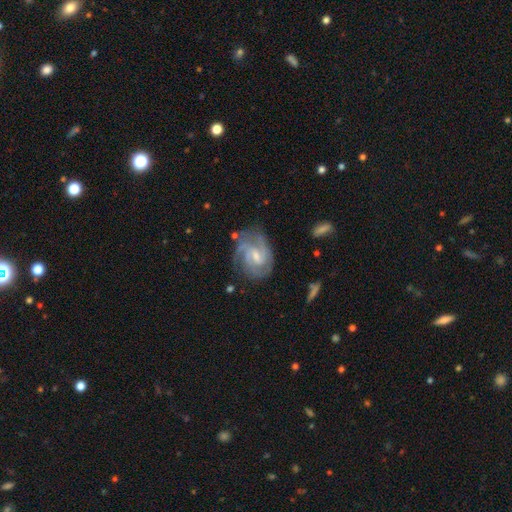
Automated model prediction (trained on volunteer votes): A featured or disk galaxy (87%) with a weak bar (54%), 2 (35%) tight (50%) spiral arms (97%) and a small central bulge (49%).

Vote fractions:
- Smooth or featured? featured or disk: 87% / smooth: 8% / star or artifact: 6%
- Edge-on disk? no: 97% / yes: 3%
- Bar? weak: 54% / no: 33% / strong: 13%
- Spiral arms? yes: 97% / no: 3%
- Spiral winding? tight: 50% / medium: 41% / loose: 8%
- Spiral arm count? 2: 35% / 3: 32% / can't tell: 17% / 4: 8% / 1: 4% / more than 4: 4%
- Bulge size? small: 49% / moderate: 41% / none: 6% / large: 2% / dominant: 1%
- Merging? none: 68% / minor disturbance: 20% / major disturbance: 9% / merger: 2%